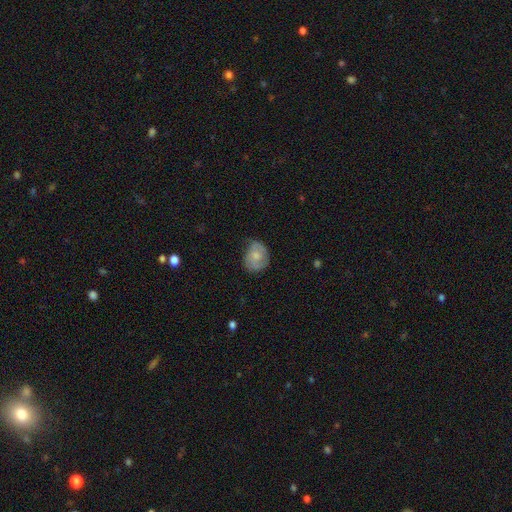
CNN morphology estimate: Smooth or featured: smooth — 58% (featured or disk — 35%)
How rounded: round — 53% (in between — 46%)
Merging: none — 54% (minor disturbance — 34%)